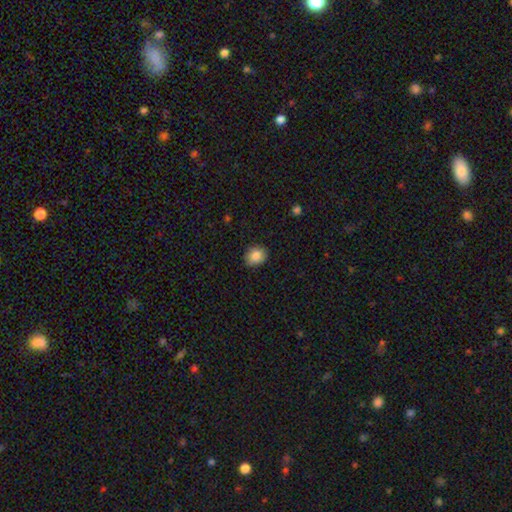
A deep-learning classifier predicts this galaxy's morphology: smooth-or-featured: smooth: 85% | star or artifact: 8% | featured or disk: 7%
  how-rounded: round: 52% | in between: 47% | cigar-shaped: 1%
  merging: none: 83% | minor disturbance: 14% | major disturbance: 2% | merger: 1%